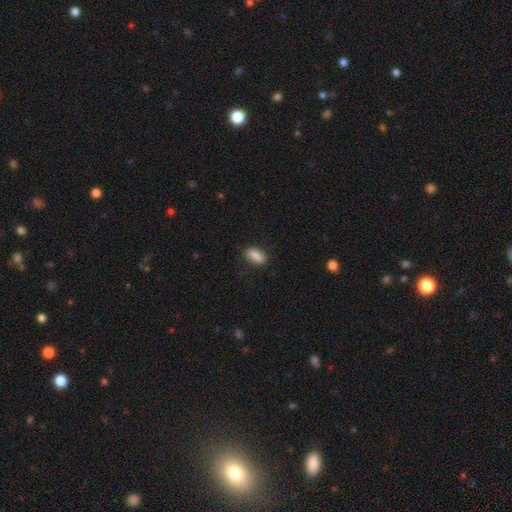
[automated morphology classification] type=smooth (86%); roundness=in between (81%); merging=none (82%).